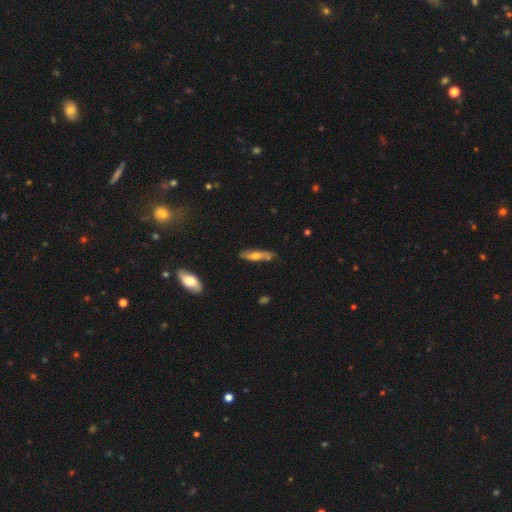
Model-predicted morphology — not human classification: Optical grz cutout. It shows a featured or disk galaxy (47%). Merging: none (75%).